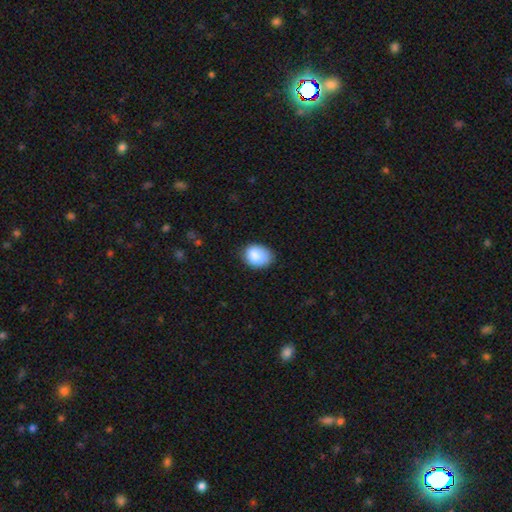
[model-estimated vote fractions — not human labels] A smooth galaxy with no disk features (86%) that is in between round and cigar-shaped (67%).

Vote fractions:
- Smooth or featured? smooth: 86% / star or artifact: 7% / featured or disk: 7%
- How rounded? in between: 67% / round: 32% / cigar-shaped: 1%
- Merging? none: 69% / minor disturbance: 25% / major disturbance: 5% / merger: 1%